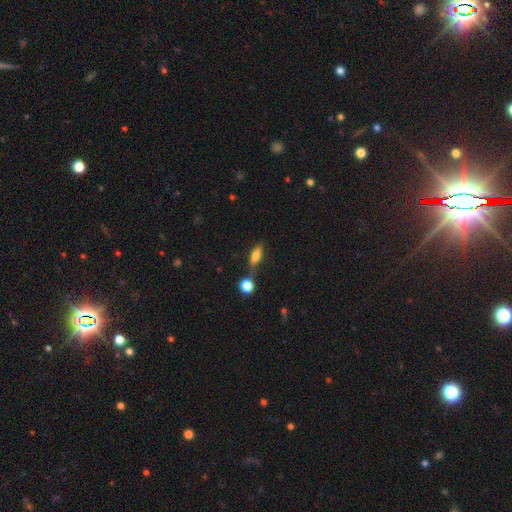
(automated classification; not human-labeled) The model was most divided on "how rounded": in between: 64%, cigar-shaped: 30%, round: 5%. More confident: smooth or featured — smooth (69%); merging — none (59%).